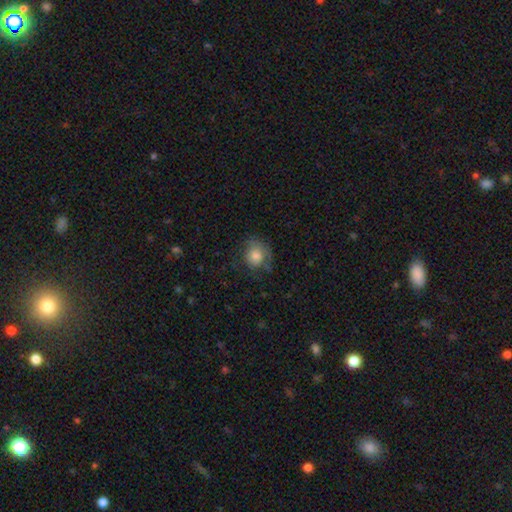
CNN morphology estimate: Smooth or featured?
  - smooth: 75% *
  - featured or disk: 17%
  - star or artifact: 8%
How rounded?
  - round: 76% *
  - in between: 23%
  - cigar-shaped: 1%
Merging?
  - none: 57% *
  - minor disturbance: 26%
  - major disturbance: 16%
  - merger: 2%